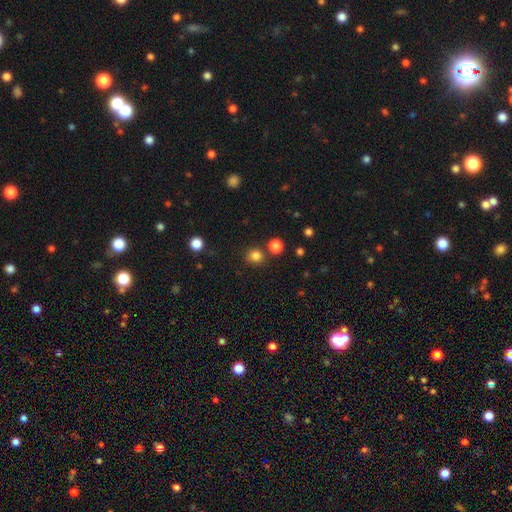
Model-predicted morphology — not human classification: Overall: smooth (82%). How rounded: round (86%). Merging: none (79%).